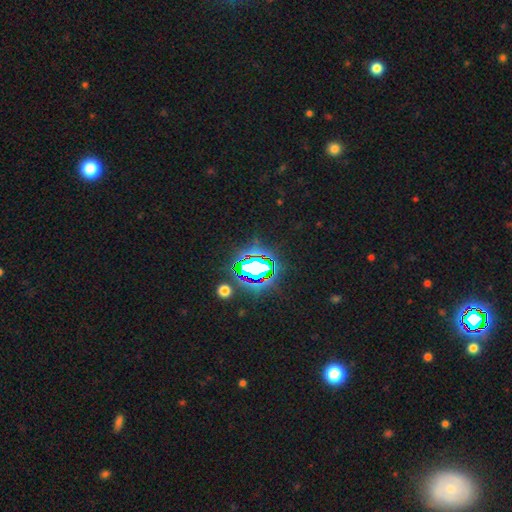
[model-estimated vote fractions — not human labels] Q: Smooth or featured?
A: star or artifact (82%); runner-up: smooth (11%)